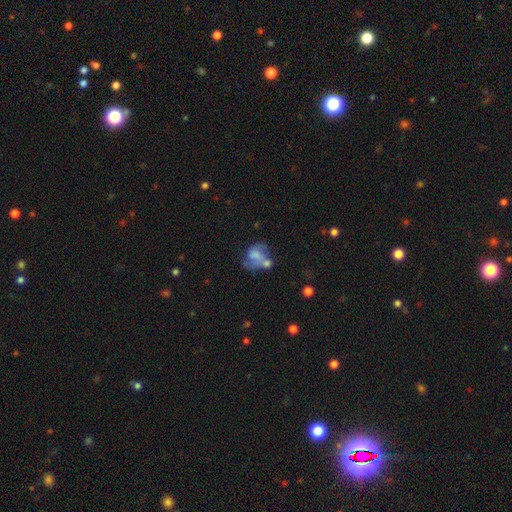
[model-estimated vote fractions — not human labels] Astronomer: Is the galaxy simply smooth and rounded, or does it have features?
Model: featured or disk — 48% (runner-up: smooth, 41%).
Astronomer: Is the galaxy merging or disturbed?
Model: merger — 33% (runner-up: none, 26%).